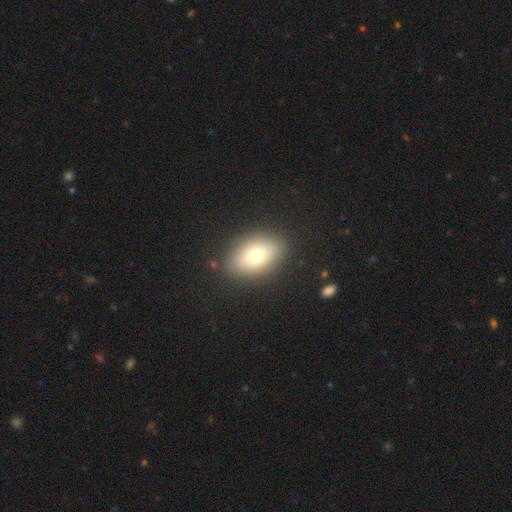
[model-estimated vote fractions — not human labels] This appears to be a smooth galaxy with no disk features (72%) that is in between round and cigar-shaped (81%). Merging: none (86%).